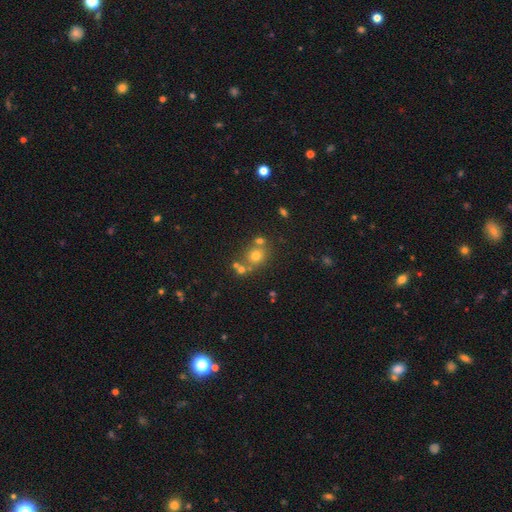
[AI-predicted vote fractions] Smooth or featured?
  - smooth: 66% *
  - star or artifact: 20%
  - featured or disk: 15%
How rounded?
  - round: 81% *
  - in between: 18%
  - cigar-shaped: 1%
Merging?
  - none: 61% *
  - merger: 24%
  - minor disturbance: 10%
  - major disturbance: 4%